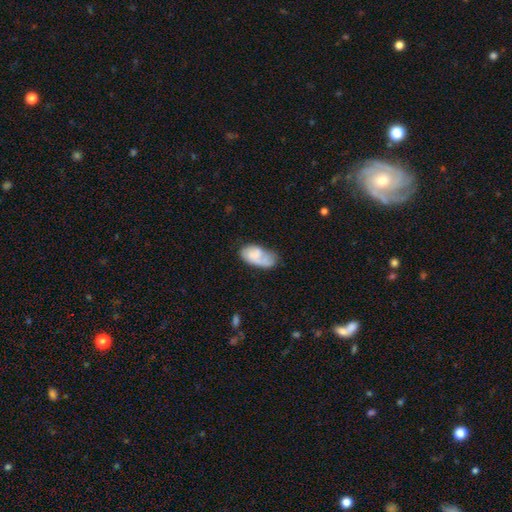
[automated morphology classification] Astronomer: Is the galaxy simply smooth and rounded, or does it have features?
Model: smooth — 61%.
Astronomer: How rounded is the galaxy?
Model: in between — 93%.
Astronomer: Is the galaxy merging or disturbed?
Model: none — 39% (runner-up: minor disturbance, 34%).